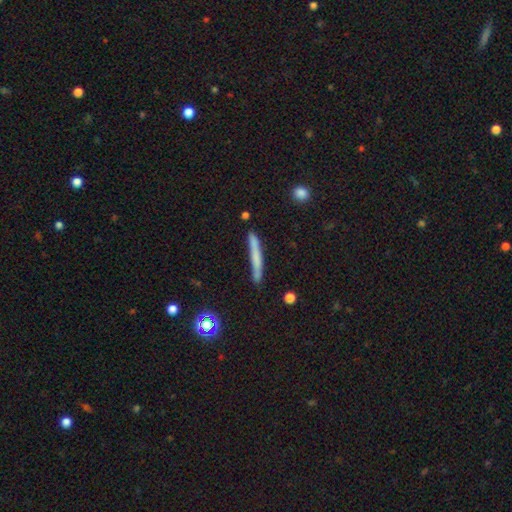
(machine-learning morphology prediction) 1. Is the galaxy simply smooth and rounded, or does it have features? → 61% smooth, 30% featured or disk, 9% star or artifact.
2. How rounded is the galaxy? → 96% cigar-shaped, 3% in between, 2% round.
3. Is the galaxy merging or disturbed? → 79% none, 15% minor disturbance, 3% merger, 3% major disturbance.